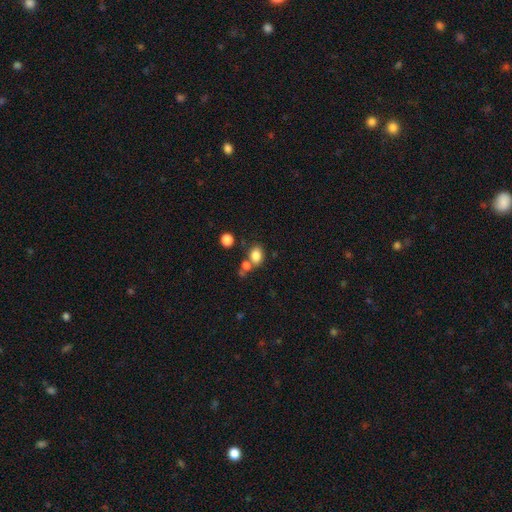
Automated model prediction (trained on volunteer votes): smooth-or-featured: smooth: 82% | star or artifact: 11% | featured or disk: 7%
  how-rounded: in between: 57% | round: 41% | cigar-shaped: 1%
  merging: none: 56% | merger: 26% | minor disturbance: 13% | major disturbance: 5%